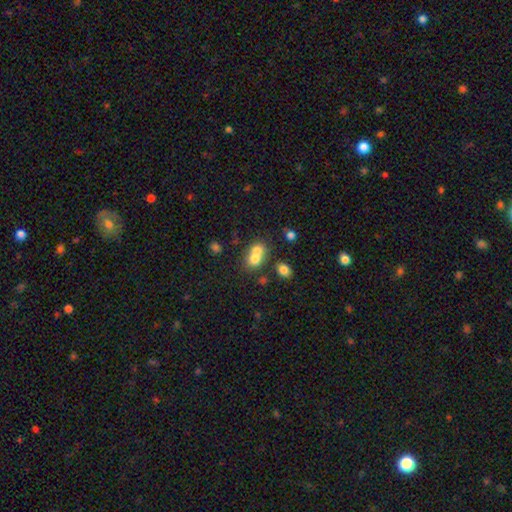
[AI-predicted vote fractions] A smooth galaxy with no disk features (71%) that is round (59%).

Vote fractions:
- Smooth or featured? smooth: 71% / featured or disk: 17% / star or artifact: 11%
- How rounded? round: 59% / in between: 39% / cigar-shaped: 1%
- Merging? merger: 67% / none: 25% / minor disturbance: 6% / major disturbance: 3%